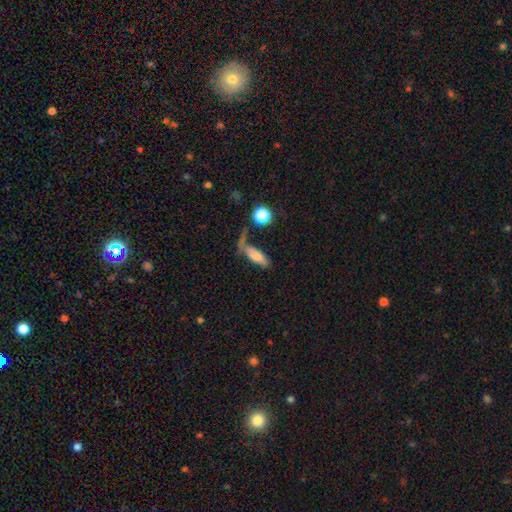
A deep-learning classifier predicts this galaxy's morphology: Q: Smooth or featured?
A: smooth (72%); runner-up: featured or disk (18%)
Q: How rounded?
A: in between (62%); runner-up: cigar-shaped (33%)
Q: Merging?
A: none (38%); runner-up: merger (25%)